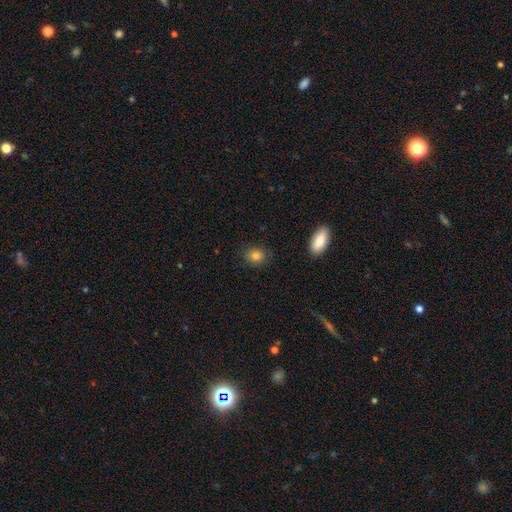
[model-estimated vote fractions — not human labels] smooth 83%, star or artifact 10%, featured or disk 7%. Down the decision tree: how rounded — round (60%); merging — none (85%).